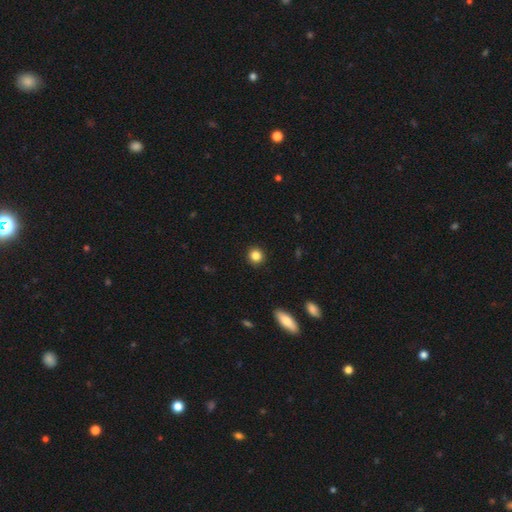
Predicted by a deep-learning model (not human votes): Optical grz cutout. It shows a smooth galaxy with no disk features (85%) that is round (93%). Merging: none (92%).